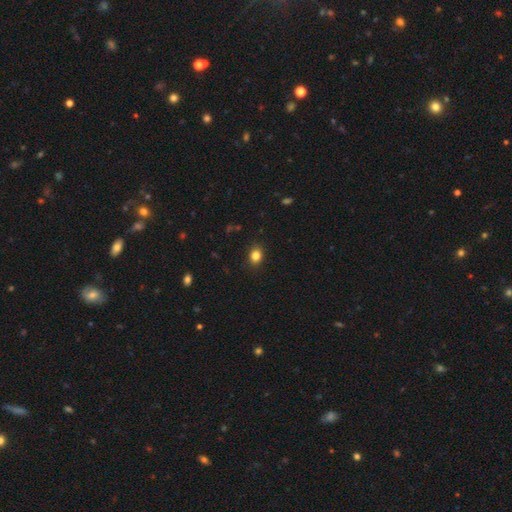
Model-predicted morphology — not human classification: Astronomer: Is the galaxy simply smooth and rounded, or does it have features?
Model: smooth — 84%.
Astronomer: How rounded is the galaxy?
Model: in between — 55% (runner-up: round, 44%).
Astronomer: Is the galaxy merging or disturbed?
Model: none — 88%.